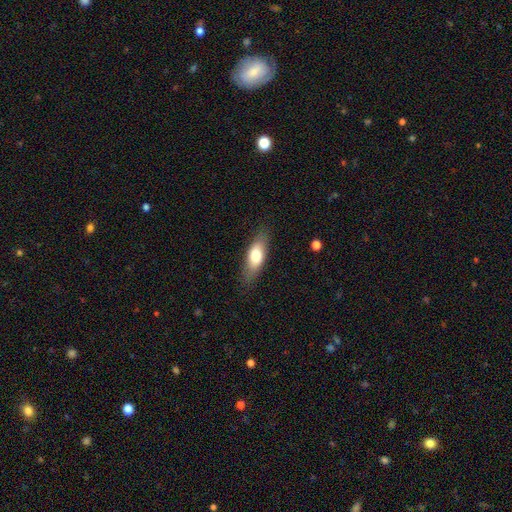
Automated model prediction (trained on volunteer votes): Smooth or featured? smooth (69%)
How rounded? in between (68%)
Merging? none (82%)